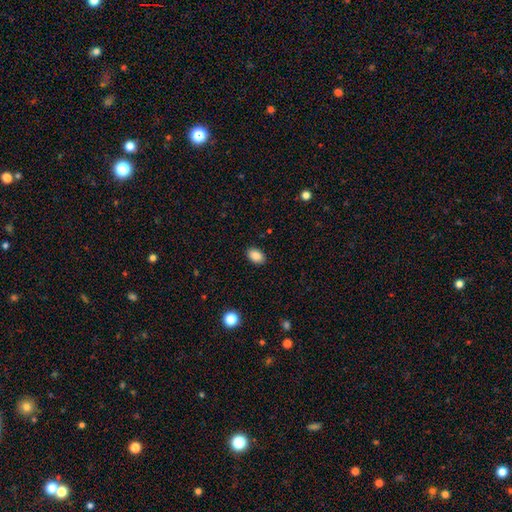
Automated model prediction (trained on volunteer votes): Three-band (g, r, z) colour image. It shows a smooth galaxy with no disk features (88%) that is in between round and cigar-shaped (87%). Merging: none (89%).